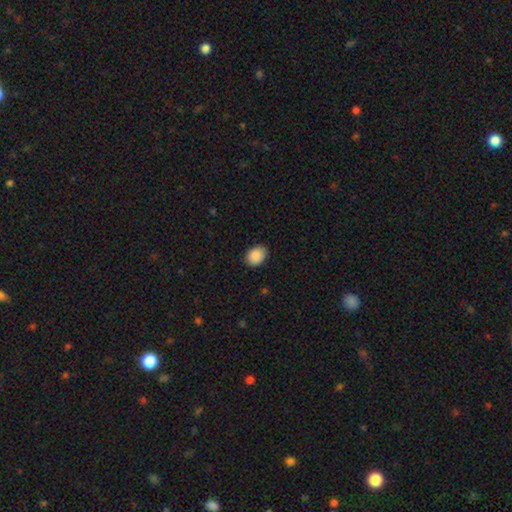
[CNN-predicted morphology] smooth_or_featured: smooth (p=0.90) [alt: star or artifact p=0.07]
how_rounded: in between (p=0.70) [alt: round p=0.29]
merging: none (p=0.88) [alt: minor disturbance p=0.09]